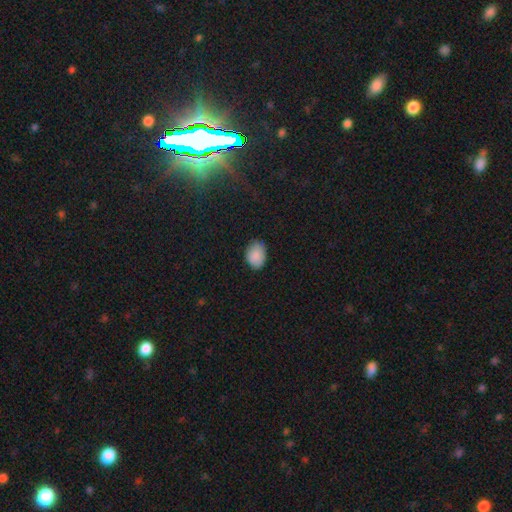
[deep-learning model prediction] Smooth or featured? smooth (88%)
How rounded? in between (75%)
Merging? none (75%)